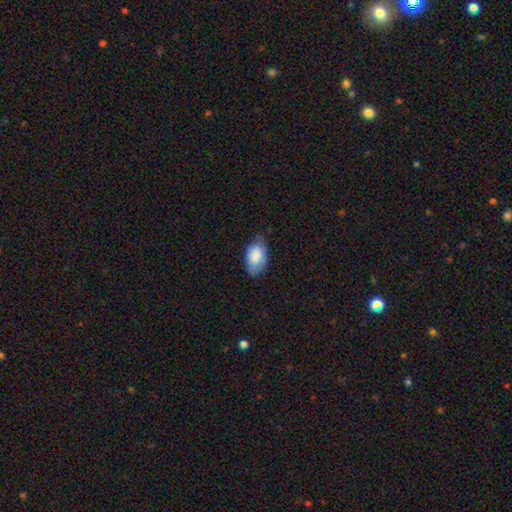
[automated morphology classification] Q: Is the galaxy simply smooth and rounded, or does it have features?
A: smooth — 84%.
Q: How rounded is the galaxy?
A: in between — 95%.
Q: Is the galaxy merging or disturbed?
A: none — 65%.